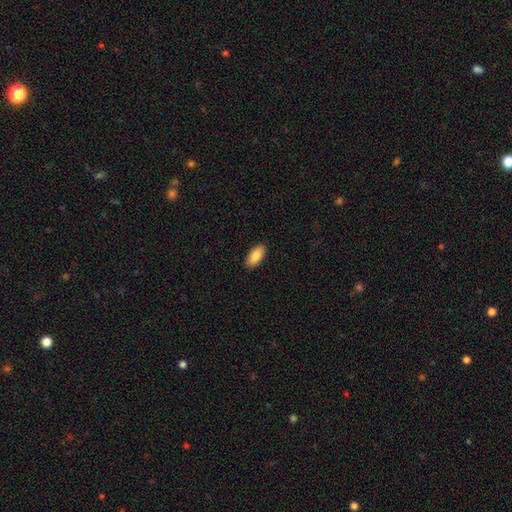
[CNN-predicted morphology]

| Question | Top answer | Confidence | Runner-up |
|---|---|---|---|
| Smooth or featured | smooth | 86% | featured or disk (8%) |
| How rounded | in between | 92% | cigar-shaped (6%) |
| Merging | none | 90% | minor disturbance (7%) |